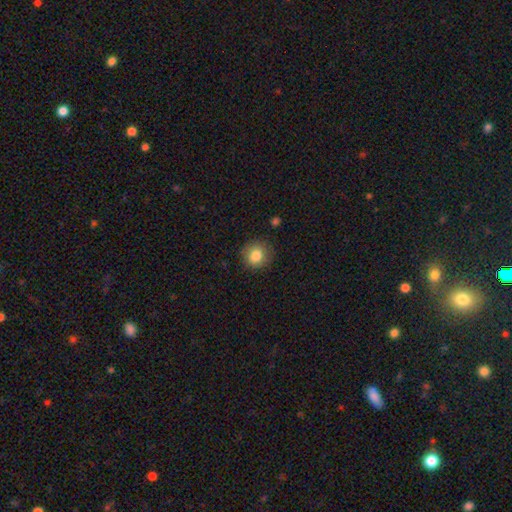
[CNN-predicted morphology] Q: Smooth or featured?
A: smooth (83%); runner-up: star or artifact (10%)
Q: How rounded?
A: round (85%); runner-up: in between (14%)
Q: Merging?
A: none (85%); runner-up: minor disturbance (11%)